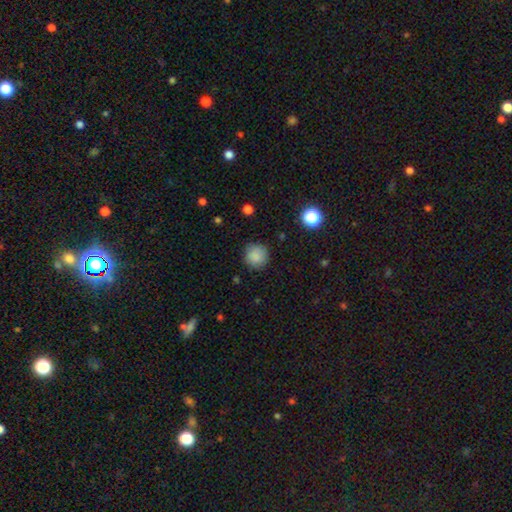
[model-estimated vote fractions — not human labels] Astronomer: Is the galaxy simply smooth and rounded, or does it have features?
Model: smooth — 85%.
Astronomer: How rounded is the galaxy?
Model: round — 93%.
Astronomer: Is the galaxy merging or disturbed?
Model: none — 85%.